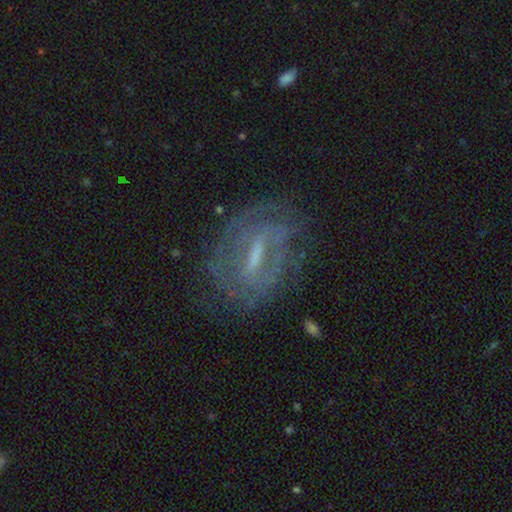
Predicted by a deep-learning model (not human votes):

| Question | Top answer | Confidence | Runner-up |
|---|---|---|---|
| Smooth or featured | featured or disk | 78% | smooth (13%) |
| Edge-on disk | no | 90% | yes (10%) |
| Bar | strong | 52% | weak (37%) |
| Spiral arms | yes | 77% | no (23%) |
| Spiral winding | tight | 57% | medium (33%) |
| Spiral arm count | can't tell | 45% | 2 (35%) |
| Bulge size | small | 39% | moderate (32%) |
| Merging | none | 69% | minor disturbance (18%) |